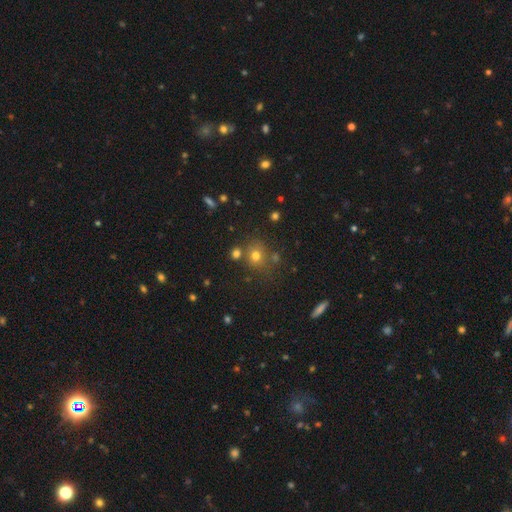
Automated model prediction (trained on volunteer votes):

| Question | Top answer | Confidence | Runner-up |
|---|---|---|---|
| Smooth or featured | smooth | 71% | star or artifact (19%) |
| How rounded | round | 82% | in between (17%) |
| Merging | none | 69% | merger (14%) |